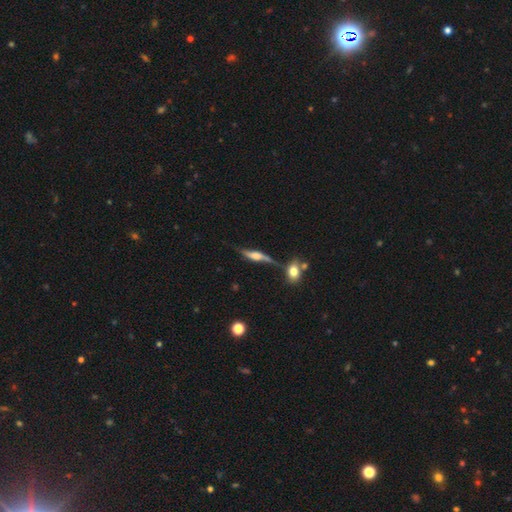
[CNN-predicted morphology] A featured or disk galaxy (60%) viewed edge-on (77%). Merging: none (55%).